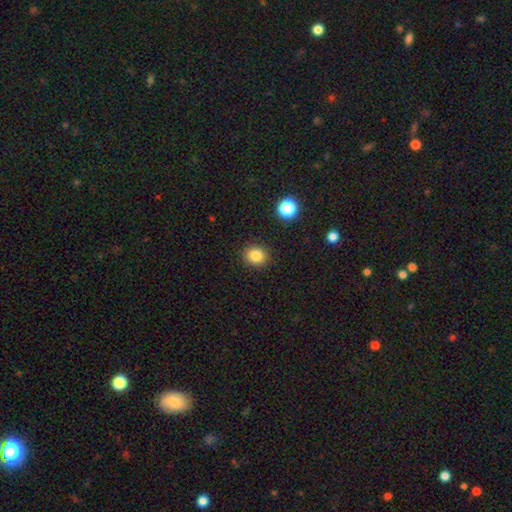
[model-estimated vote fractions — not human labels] Morphology: type=smooth (84%); roundness=round (72%); merging=none (90%).